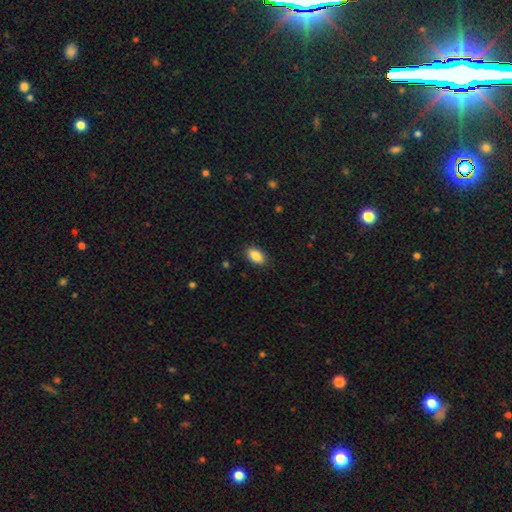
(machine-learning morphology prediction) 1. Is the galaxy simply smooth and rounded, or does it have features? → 88% smooth, 7% star or artifact, 5% featured or disk.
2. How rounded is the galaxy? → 92% in between, 5% round, 3% cigar-shaped.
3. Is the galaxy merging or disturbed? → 89% none, 8% minor disturbance, 2% major disturbance, 1% merger.